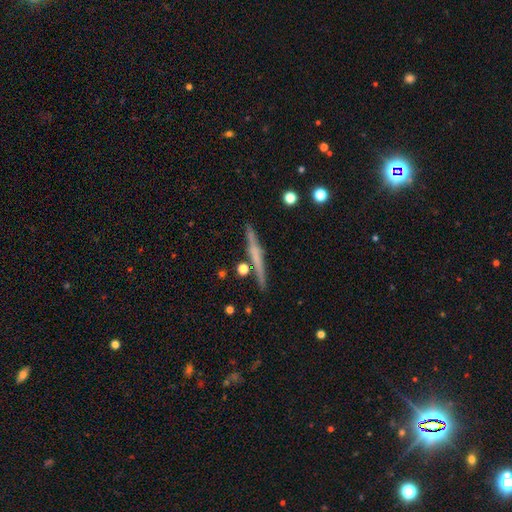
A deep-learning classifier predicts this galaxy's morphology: A featured or disk galaxy (57%) viewed edge-on (97%) with no central bulge (64%). Merging: none (86%).